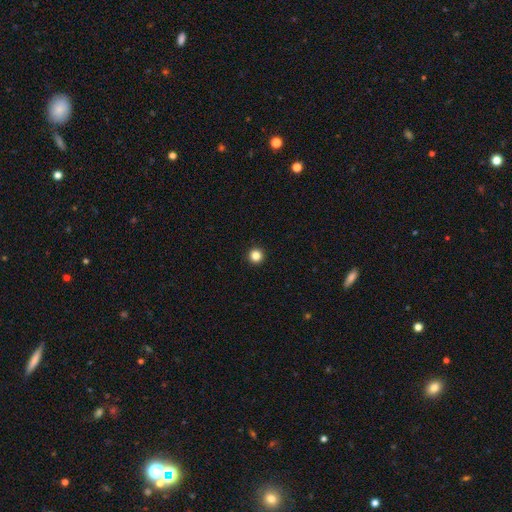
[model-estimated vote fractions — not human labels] Morphology: type=smooth (84%); roundness=round (97%); merging=none (94%).